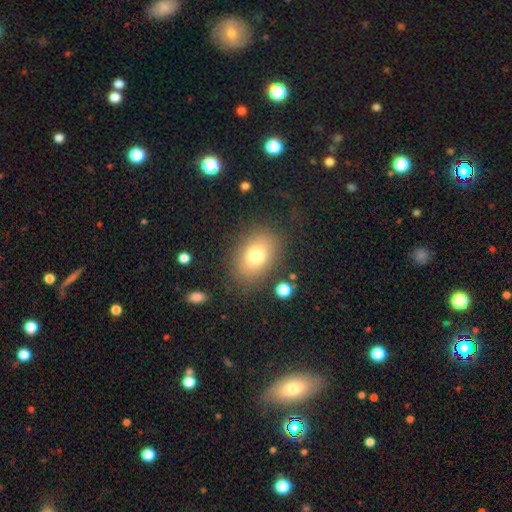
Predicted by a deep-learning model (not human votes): Morphology: type=smooth (75%); roundness=in between (73%); merging=none (80%).